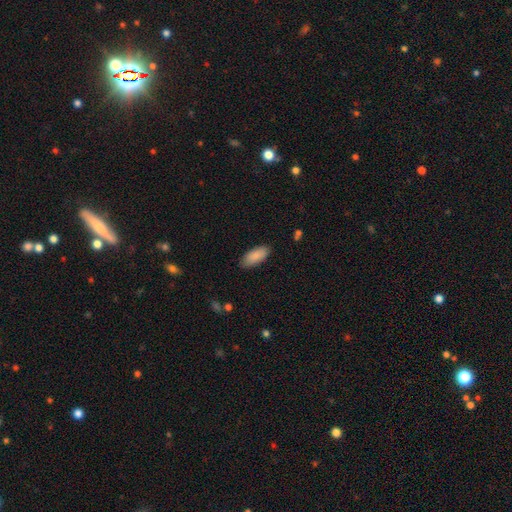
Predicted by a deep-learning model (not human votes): This appears to be a smooth galaxy with no disk features (89%) that is in between round and cigar-shaped (86%). Merging: none (85%).